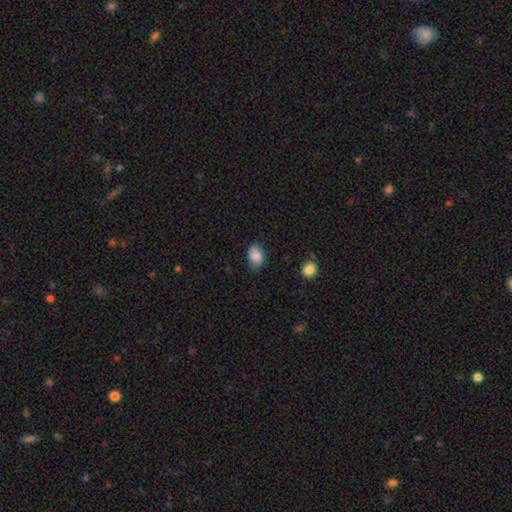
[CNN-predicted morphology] Overall: smooth (85%). How rounded: in between (79%). Merging: none (72%).